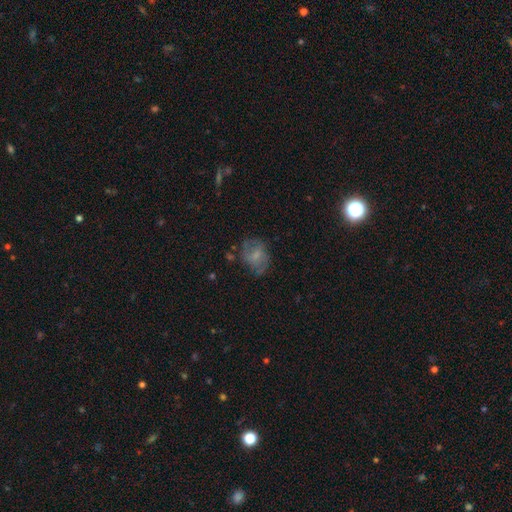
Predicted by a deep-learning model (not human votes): smooth 49%, featured or disk 41%, star or artifact 10%. Down the decision tree: merging — none (56%).